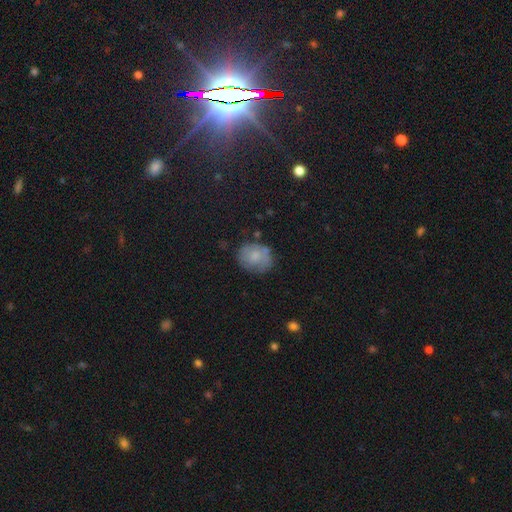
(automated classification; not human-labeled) smooth 71%, featured or disk 20%, star or artifact 9%. Down the decision tree: how rounded — round (67%); merging — none (64%).